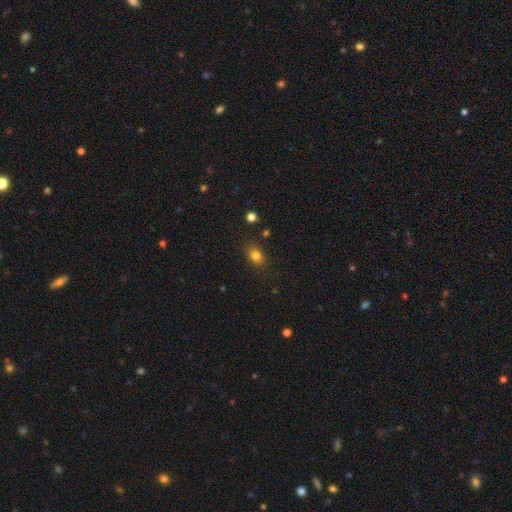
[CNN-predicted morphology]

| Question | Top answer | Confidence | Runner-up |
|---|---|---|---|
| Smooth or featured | smooth | 81% | star or artifact (12%) |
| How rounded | in between | 70% | round (28%) |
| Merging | none | 83% | minor disturbance (12%) |